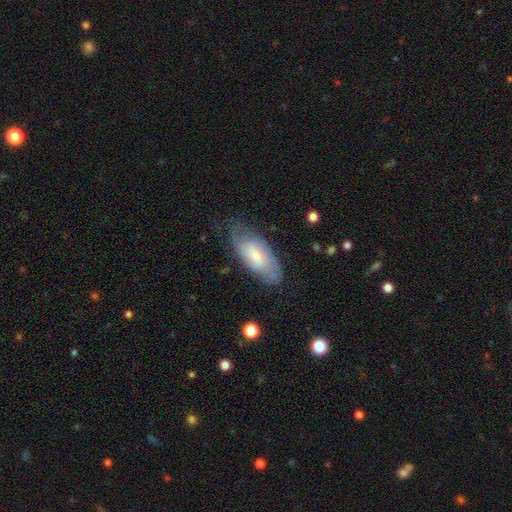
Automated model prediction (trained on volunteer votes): Smooth or featured: smooth — 49% (featured or disk — 45%)
Merging: none — 64% (minor disturbance — 26%)